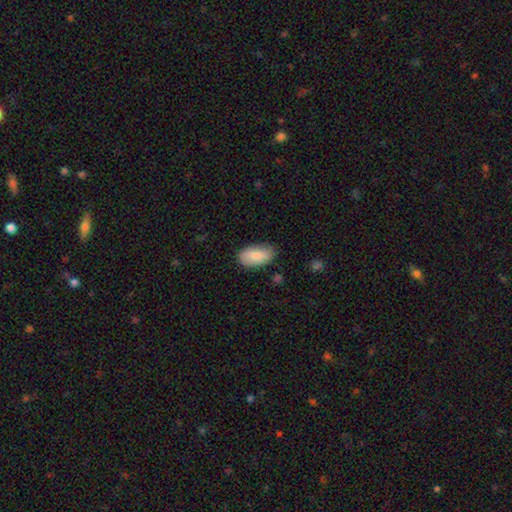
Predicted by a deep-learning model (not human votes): smooth-or-featured: smooth: 83% | featured or disk: 11% | star or artifact: 6%
  how-rounded: in between: 94% | round: 3% | cigar-shaped: 3%
  merging: none: 78% | minor disturbance: 17% | major disturbance: 3% | merger: 2%